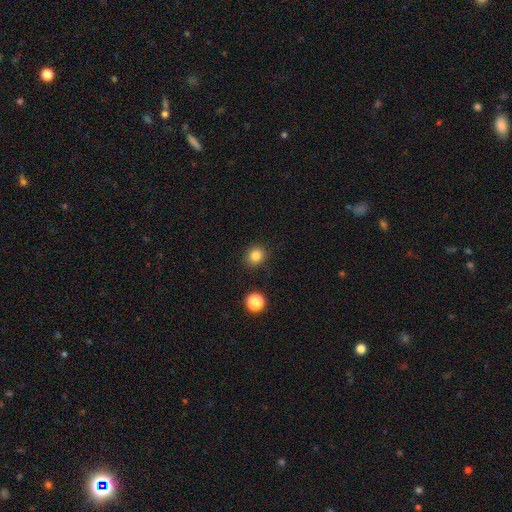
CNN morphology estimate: smooth-or-featured: smooth: 83% | star or artifact: 12% | featured or disk: 5%
  how-rounded: round: 82% | in between: 17% | cigar-shaped: 1%
  merging: none: 89% | minor disturbance: 7% | major disturbance: 2% | merger: 2%